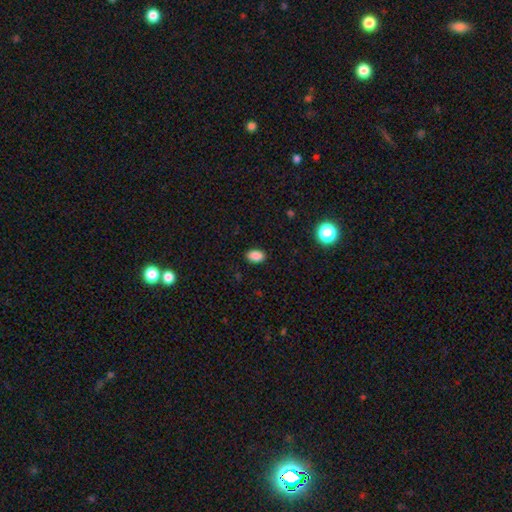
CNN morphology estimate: This appears to be a smooth galaxy with no disk features (87%) that is in between round and cigar-shaped (88%). Merging: none (89%).